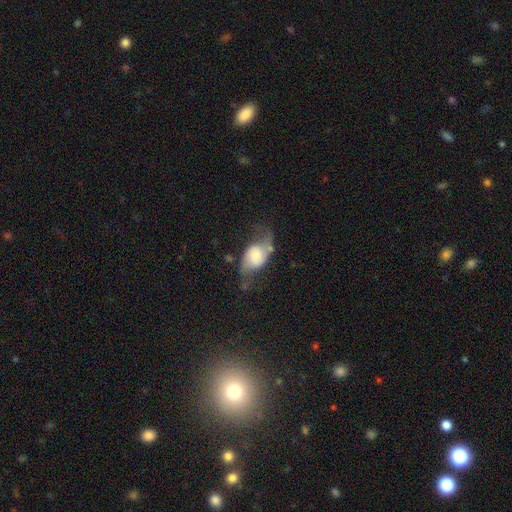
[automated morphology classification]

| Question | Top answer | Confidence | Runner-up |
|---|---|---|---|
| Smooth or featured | featured or disk | 57% | smooth (35%) |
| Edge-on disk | no | 92% | yes (8%) |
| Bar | no | 66% | weak (26%) |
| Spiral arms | yes | 84% | no (16%) |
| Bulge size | small | 26% | tied: large (26%) |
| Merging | none | 46% | minor disturbance (26%) |